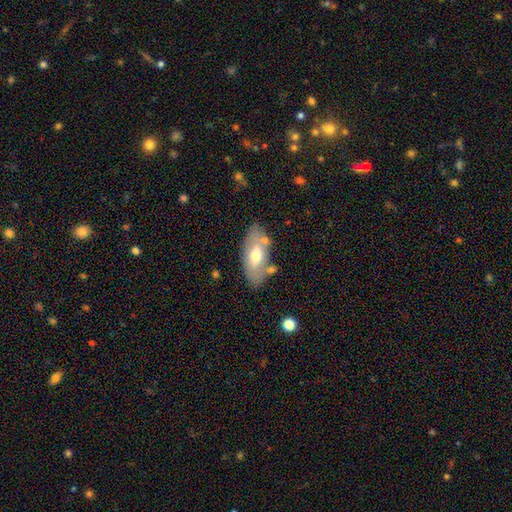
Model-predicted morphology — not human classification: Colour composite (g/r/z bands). It shows a smooth galaxy with no disk features (57%) that is in between round and cigar-shaped (87%). Merging: none (70%).